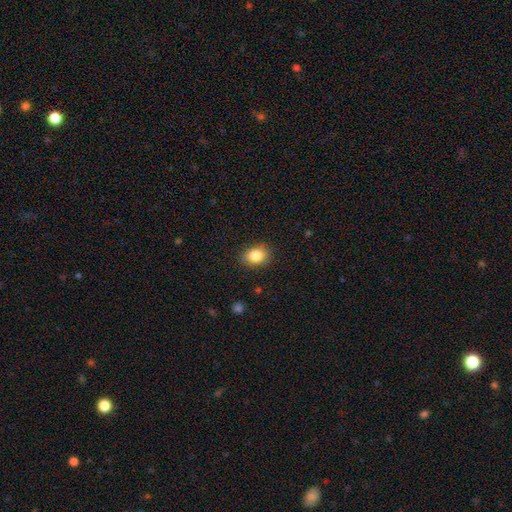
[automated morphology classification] type=smooth (85%); roundness=in between (62%); merging=none (86%).